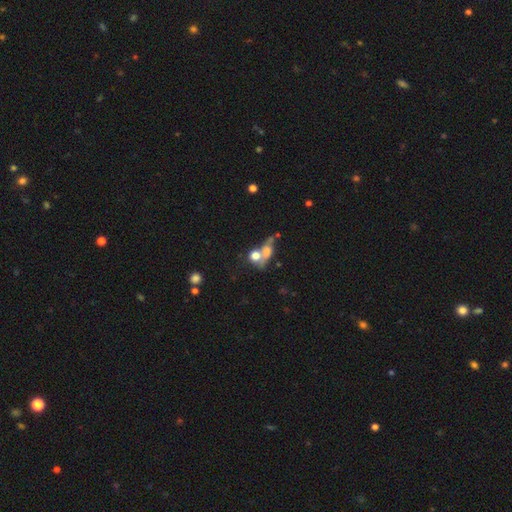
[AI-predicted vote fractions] Smooth or featured: smooth — 64% (featured or disk — 22%)
How rounded: round — 62% (in between — 31%)
Merging: merger — 50% (none — 30%)